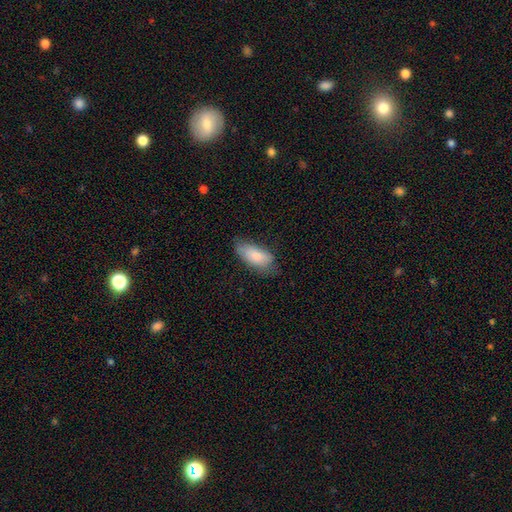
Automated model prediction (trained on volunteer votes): smooth_or_featured: smooth (p=0.82) [alt: featured or disk p=0.11]
how_rounded: in between (p=0.86) [alt: cigar-shaped p=0.12]
merging: none (p=0.61) [alt: minor disturbance p=0.30]